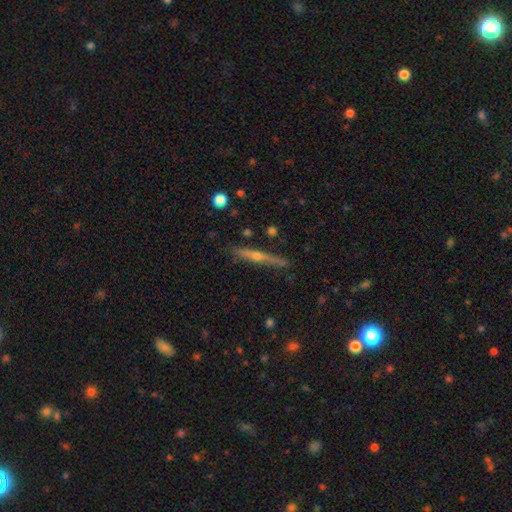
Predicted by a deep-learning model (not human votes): featured or disk 61%, smooth 25%, star or artifact 14%. Down the decision tree: edge-on disk — yes (92%); edge-on bulge — rounded (82%); merging — none (83%).